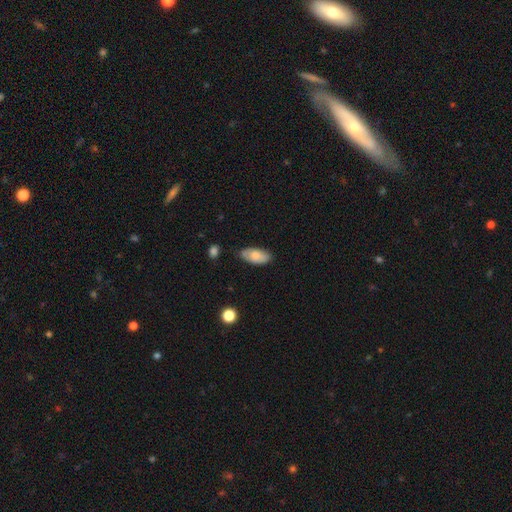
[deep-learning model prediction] smooth_or_featured: smooth (p=0.71) [alt: featured or disk p=0.22]
how_rounded: in between (p=0.93) [alt: cigar-shaped p=0.05]
merging: none (p=0.80) [alt: minor disturbance p=0.16]